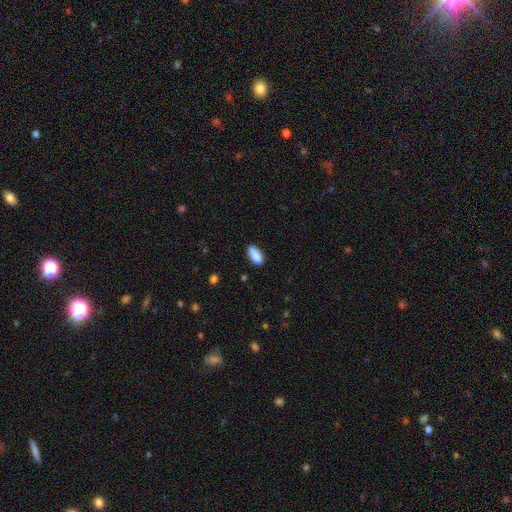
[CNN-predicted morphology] smooth 86%, star or artifact 7%, featured or disk 7%. Down the decision tree: how rounded — in between (84%); merging — none (72%).